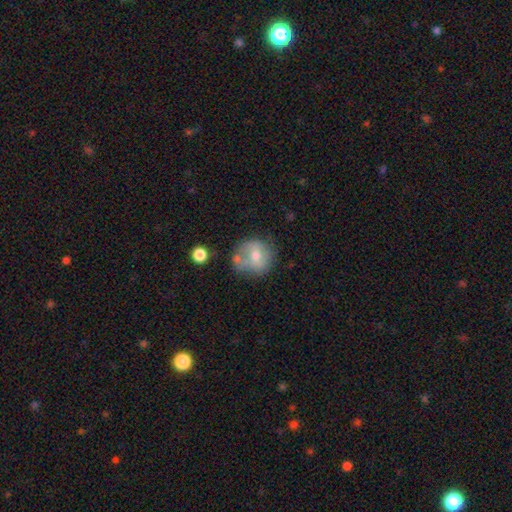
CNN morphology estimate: Smooth or featured? smooth (58%)
How rounded? round (82%)
Merging? none (50%)